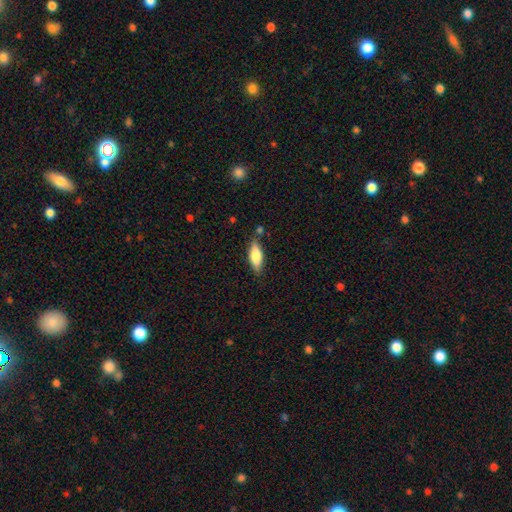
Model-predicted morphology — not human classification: Smooth or featured: smooth — 77% (featured or disk — 16%)
How rounded: in between — 66% (cigar-shaped — 32%)
Merging: none — 75% (minor disturbance — 16%)